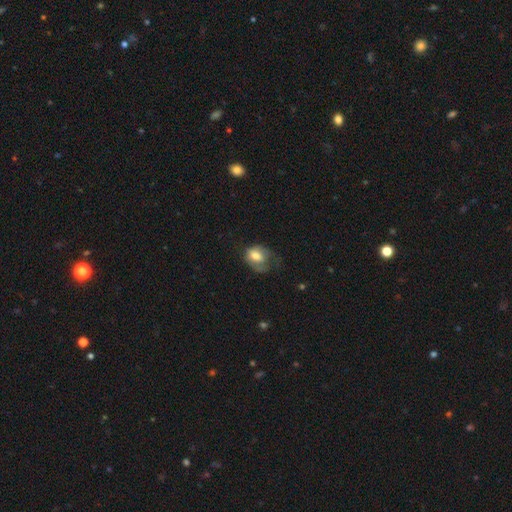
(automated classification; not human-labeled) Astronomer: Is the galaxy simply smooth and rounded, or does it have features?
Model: smooth — 68%.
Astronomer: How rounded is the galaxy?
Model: in between — 64%.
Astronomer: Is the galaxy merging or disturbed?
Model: major disturbance — 36% (runner-up: none, 32%).